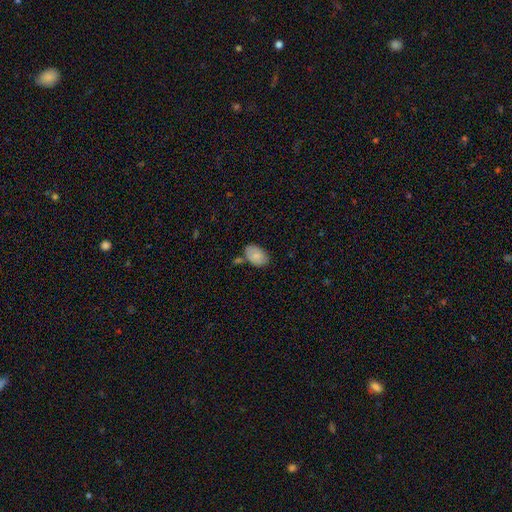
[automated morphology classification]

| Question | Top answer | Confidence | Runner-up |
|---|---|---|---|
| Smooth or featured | smooth | 82% | featured or disk (11%) |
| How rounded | in between | 88% | round (11%) |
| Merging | none | 63% | minor disturbance (20%) |